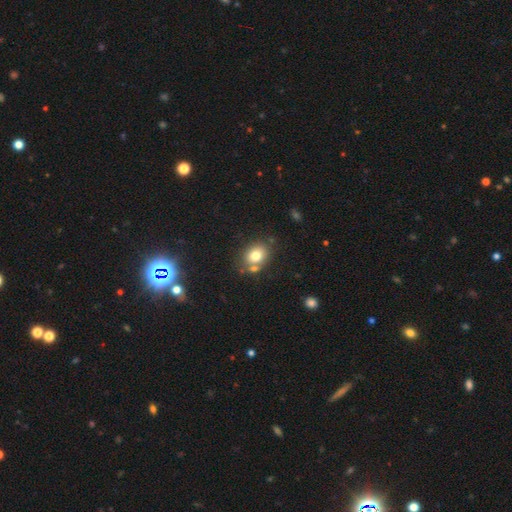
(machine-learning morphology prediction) Overall: smooth (78%). How rounded: in between (58%; round 41%). Merging: none (68%).